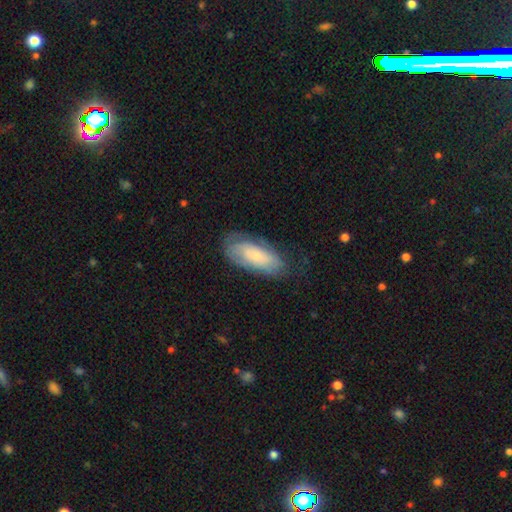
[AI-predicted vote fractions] smooth 53%, featured or disk 40%, star or artifact 7%. Down the decision tree: how rounded — in between (85%); merging — none (65%).